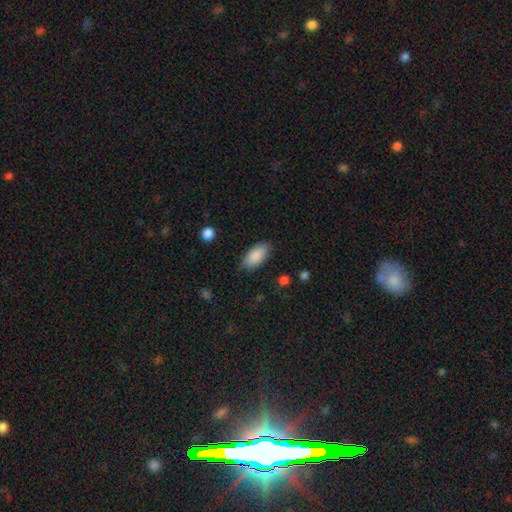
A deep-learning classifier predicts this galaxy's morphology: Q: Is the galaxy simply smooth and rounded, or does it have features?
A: smooth — 89%.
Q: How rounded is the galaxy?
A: in between — 91%.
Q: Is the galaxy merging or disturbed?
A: none — 83%.